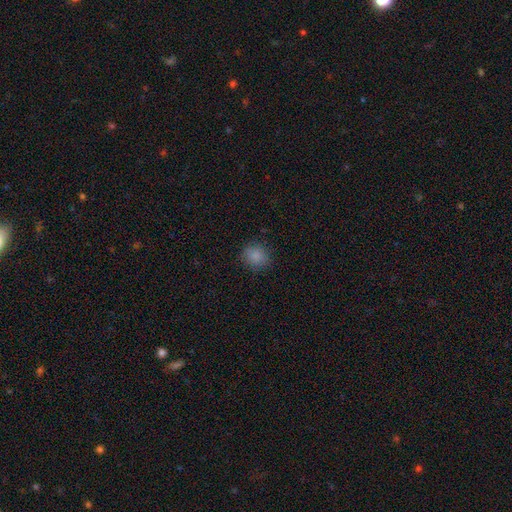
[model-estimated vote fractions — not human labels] A smooth galaxy with no disk features (86%) that is round (79%).

Vote fractions:
- Smooth or featured? smooth: 86% / star or artifact: 10% / featured or disk: 4%
- How rounded? round: 79% / in between: 20% / cigar-shaped: 1%
- Merging? none: 86% / minor disturbance: 10% / major disturbance: 3% / merger: 1%